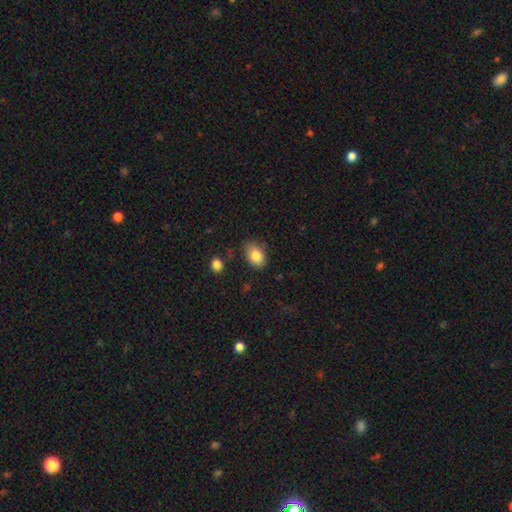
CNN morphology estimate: This is clearly a smooth galaxy (83%). How rounded: clearly in between (81%). Merging: likely none (76%).